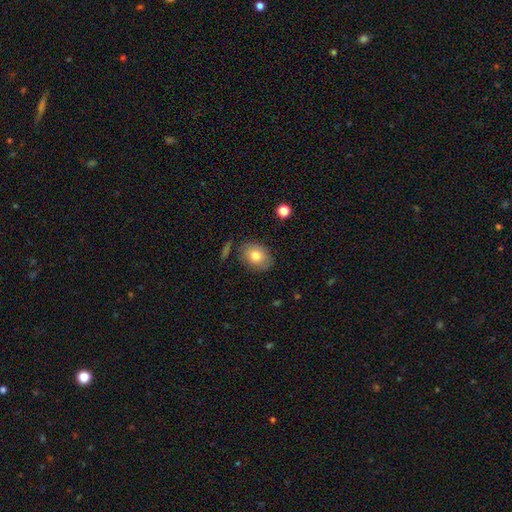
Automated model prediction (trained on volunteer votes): The model was most divided on "how rounded": in between: 67%, round: 32%, cigar-shaped: 1%. More confident: merging — none (80%); smooth or featured — smooth (78%).